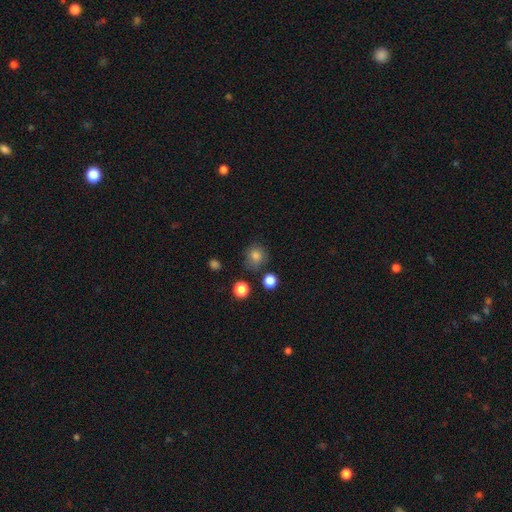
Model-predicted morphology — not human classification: smooth_or_featured: smooth (p=0.82) [alt: star or artifact p=0.12]
how_rounded: round (p=0.83) [alt: in between p=0.16]
merging: none (p=0.77) [alt: minor disturbance p=0.14]